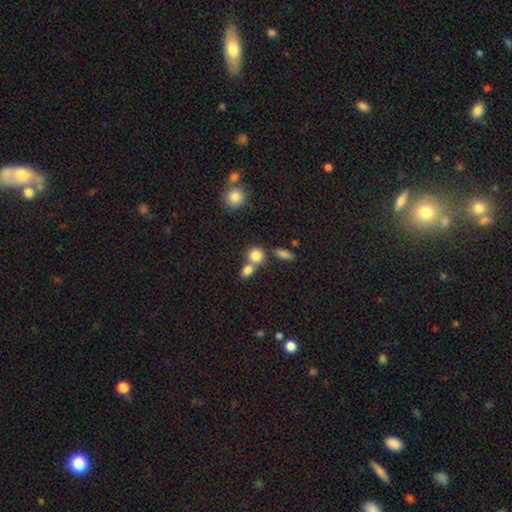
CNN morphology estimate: smooth 82%, star or artifact 11%, featured or disk 7%. Down the decision tree: how rounded — round (77%); merging — none (45%).